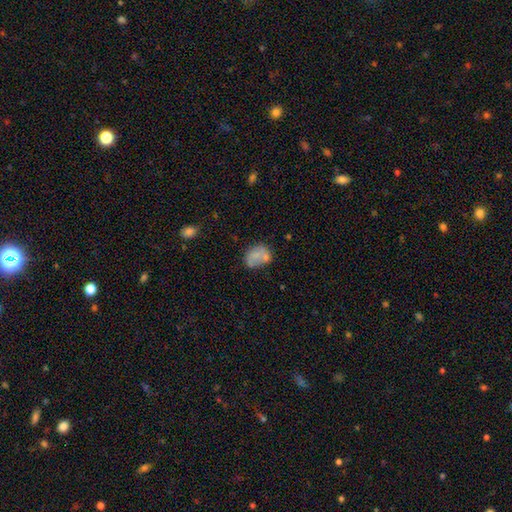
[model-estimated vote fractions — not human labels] Smooth or featured?
  - smooth: 66% *
  - featured or disk: 24%
  - star or artifact: 10%
How rounded?
  - in between: 65% *
  - round: 34%
  - cigar-shaped: 1%
Merging?
  - none: 45% *
  - minor disturbance: 24%
  - merger: 19%
  - major disturbance: 12%